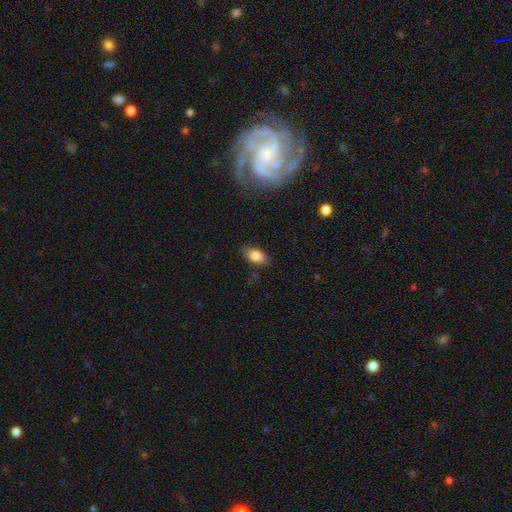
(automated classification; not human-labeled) Smooth or featured? smooth (85%)
How rounded? in between (90%)
Merging? none (83%)